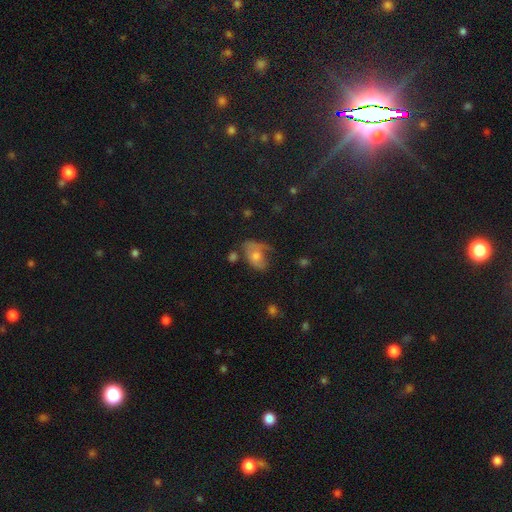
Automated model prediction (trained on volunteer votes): Smooth or featured? smooth (55%)
How rounded? in between (86%)
Merging? none (32%)